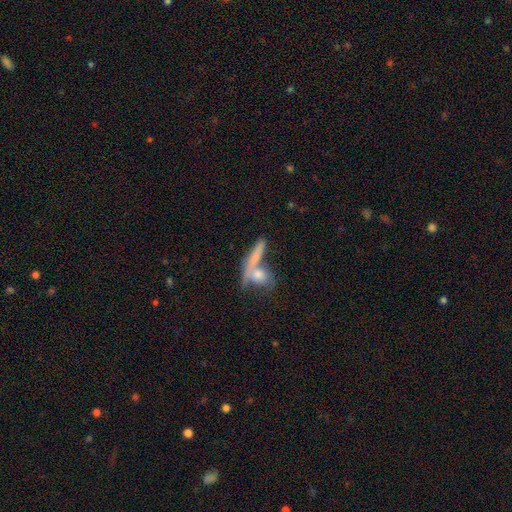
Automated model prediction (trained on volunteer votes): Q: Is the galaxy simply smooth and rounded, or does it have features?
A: smooth — 61%.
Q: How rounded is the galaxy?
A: cigar-shaped — 59%.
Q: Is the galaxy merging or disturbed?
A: merger — 47%.